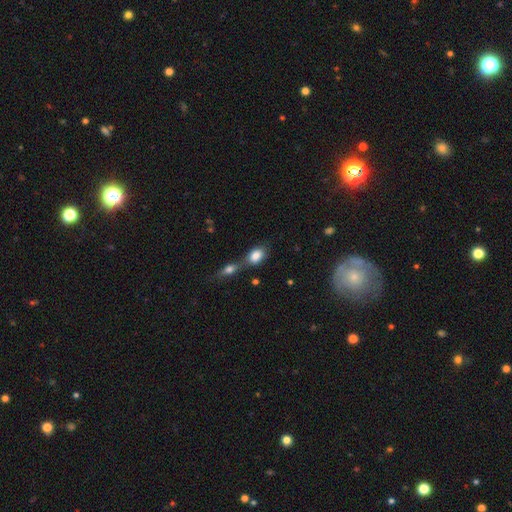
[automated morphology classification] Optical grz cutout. It shows a smooth galaxy with no disk features (82%) that is in between round and cigar-shaped (81%). Merging: merger (49%).